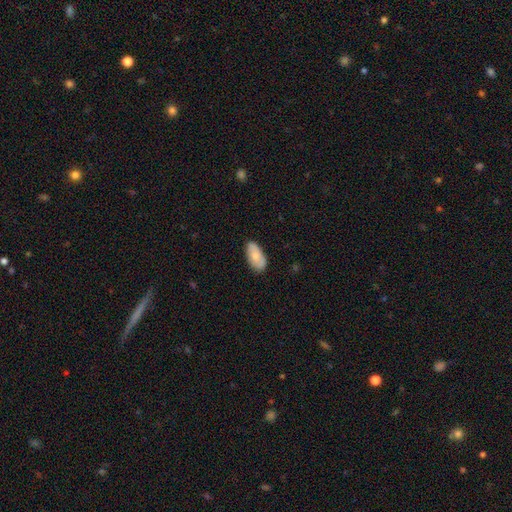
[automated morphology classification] type=smooth (76%); roundness=in between (94%); merging=none (82%).